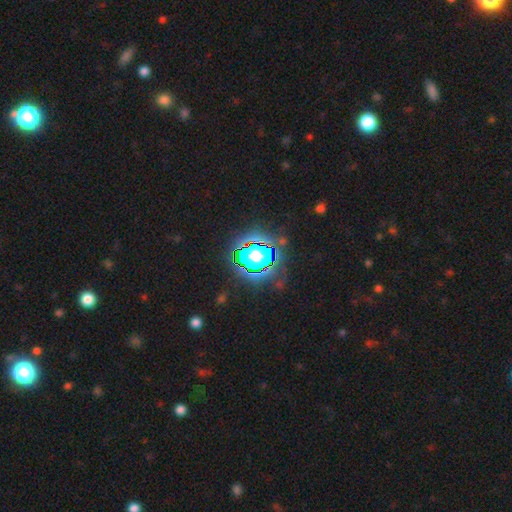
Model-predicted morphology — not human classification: This appears to be a star or artifact, not a galaxy (58%).